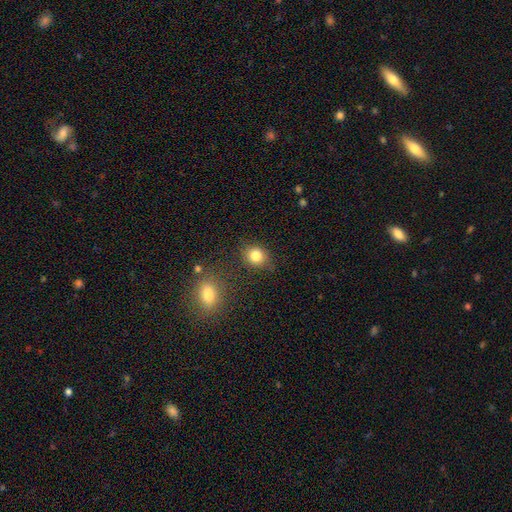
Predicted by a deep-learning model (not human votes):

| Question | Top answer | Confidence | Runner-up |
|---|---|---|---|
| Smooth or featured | smooth | 83% | star or artifact (11%) |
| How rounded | round | 74% | in between (25%) |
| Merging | none | 79% | minor disturbance (13%) |